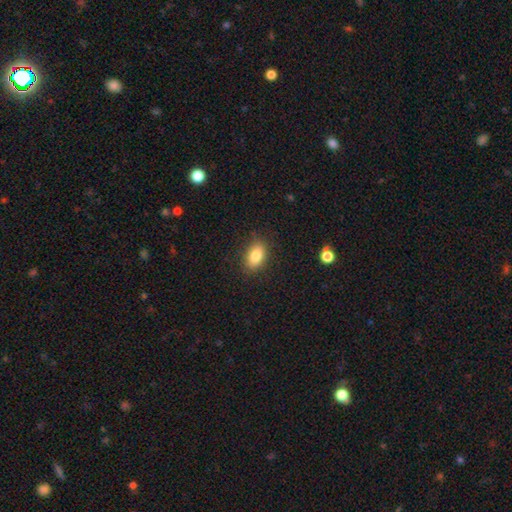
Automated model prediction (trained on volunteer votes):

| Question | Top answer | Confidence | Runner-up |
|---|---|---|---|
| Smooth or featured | smooth | 83% | star or artifact (8%) |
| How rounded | in between | 88% | round (9%) |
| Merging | none | 85% | minor disturbance (11%) |